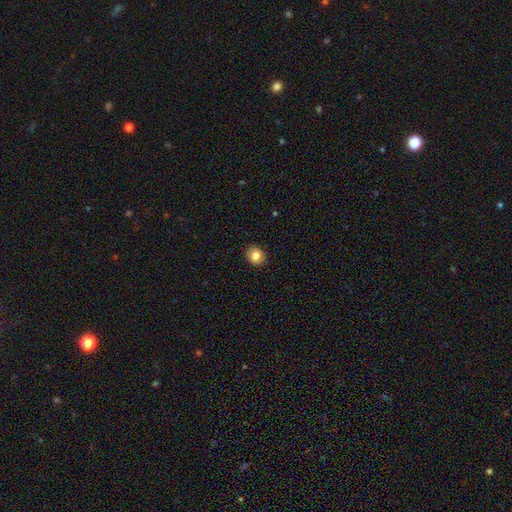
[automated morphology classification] Smooth or featured? smooth (83%)
How rounded? round (74%)
Merging? none (91%)